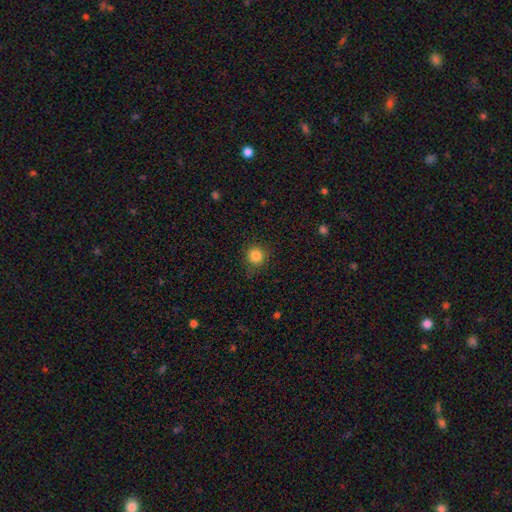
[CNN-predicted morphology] smooth_or_featured: smooth (p=0.84) [alt: star or artifact p=0.11]
how_rounded: round (p=0.92) [alt: in between p=0.07]
merging: none (p=0.84) [alt: minor disturbance p=0.11]